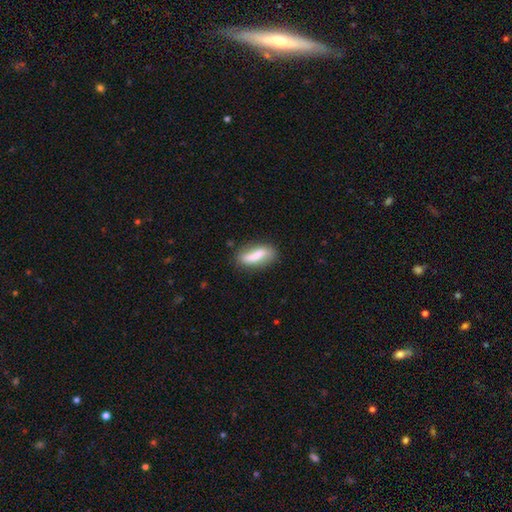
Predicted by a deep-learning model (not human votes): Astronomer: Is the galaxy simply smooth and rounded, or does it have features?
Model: smooth — 66%.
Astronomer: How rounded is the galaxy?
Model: in between — 61% (runner-up: cigar-shaped, 36%).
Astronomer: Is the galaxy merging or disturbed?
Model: none — 71%.